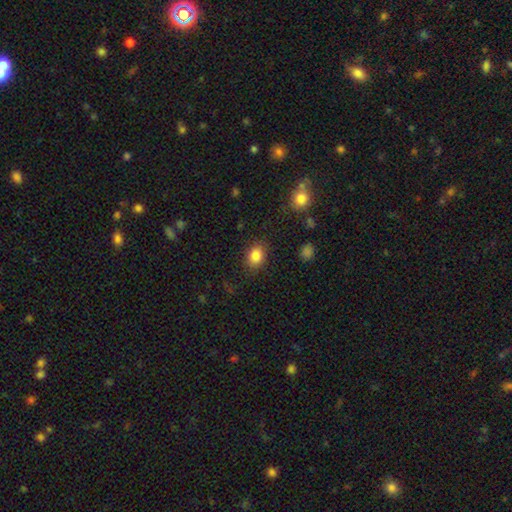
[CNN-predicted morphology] Smooth or featured? smooth (85%)
How rounded? in between (57%)
Merging? none (84%)